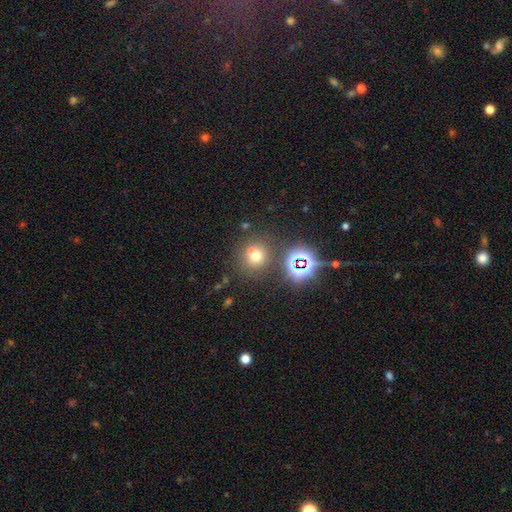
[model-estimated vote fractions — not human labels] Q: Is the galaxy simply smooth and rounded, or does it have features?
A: smooth — 62%.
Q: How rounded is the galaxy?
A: round — 87%.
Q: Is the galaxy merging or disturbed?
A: none — 63%.